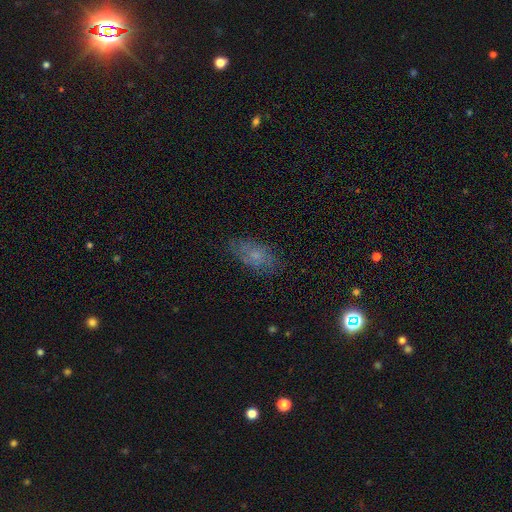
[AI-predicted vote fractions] Overall: smooth (57%; featured or disk 29%). How rounded: in between (87%). Merging: none (71%).